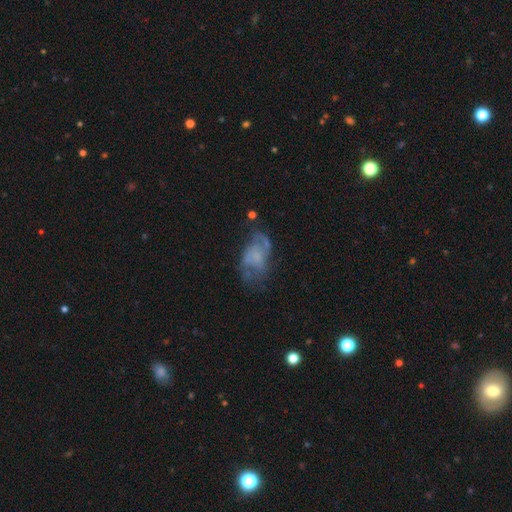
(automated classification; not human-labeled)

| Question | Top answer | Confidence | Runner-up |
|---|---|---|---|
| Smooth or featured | featured or disk | 58% | smooth (30%) |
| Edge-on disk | no | 96% | yes (4%) |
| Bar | no | 78% | weak (18%) |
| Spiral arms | yes | 53% | no (47%) |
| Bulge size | none | 64% | small (19%) |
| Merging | none | 40% | major disturbance (31%) |